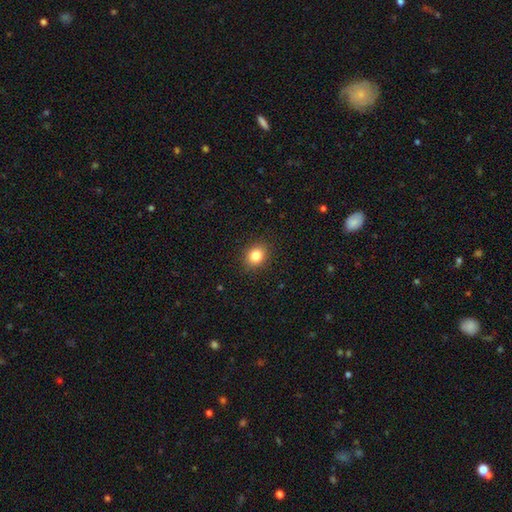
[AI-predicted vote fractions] smooth-or-featured: smooth: 84% | star or artifact: 11% | featured or disk: 6%
  how-rounded: round: 61% | in between: 38% | cigar-shaped: 1%
  merging: none: 90% | minor disturbance: 7% | major disturbance: 2% | merger: 1%